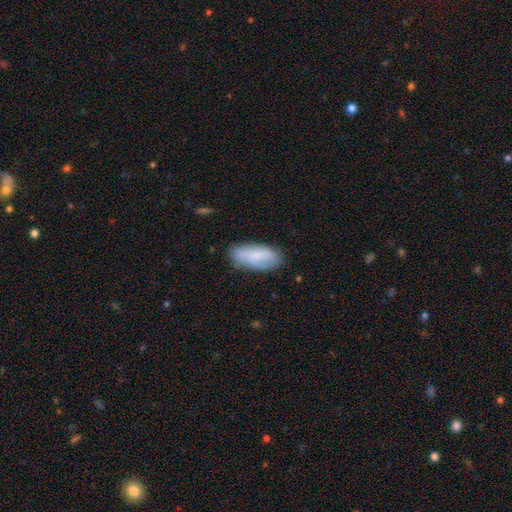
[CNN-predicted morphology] smooth_or_featured: smooth (p=0.68) [alt: featured or disk p=0.25]
how_rounded: in between (p=0.86) [alt: cigar-shaped p=0.12]
merging: none (p=0.74) [alt: minor disturbance p=0.20]